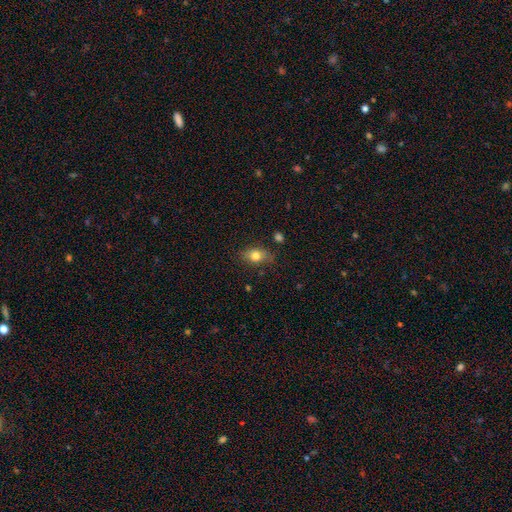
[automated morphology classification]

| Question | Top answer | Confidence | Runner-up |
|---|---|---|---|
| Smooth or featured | smooth | 76% | featured or disk (15%) |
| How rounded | in between | 78% | round (17%) |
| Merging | none | 77% | minor disturbance (17%) |